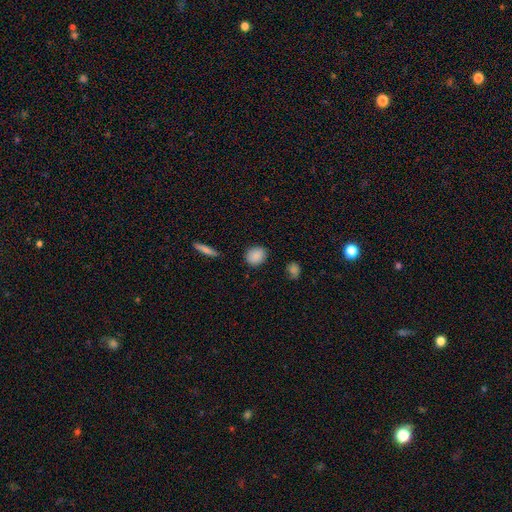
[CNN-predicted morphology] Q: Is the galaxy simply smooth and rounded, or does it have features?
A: smooth — 88%.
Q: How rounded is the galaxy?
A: round — 61%.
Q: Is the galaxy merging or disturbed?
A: none — 86%.